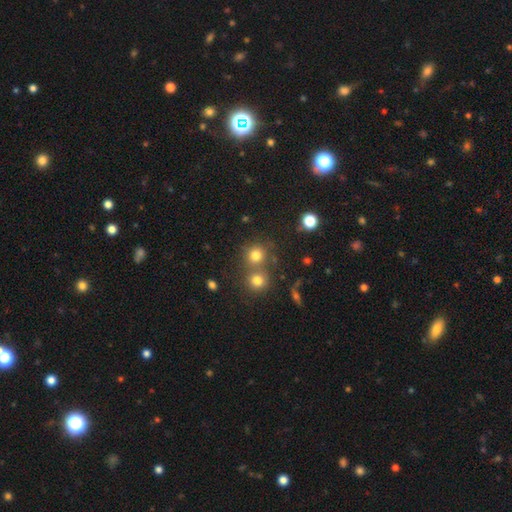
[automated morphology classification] Smooth or featured: smooth — 77% (star or artifact — 15%)
How rounded: round — 89% (in between — 10%)
Merging: none — 59% (merger — 30%)